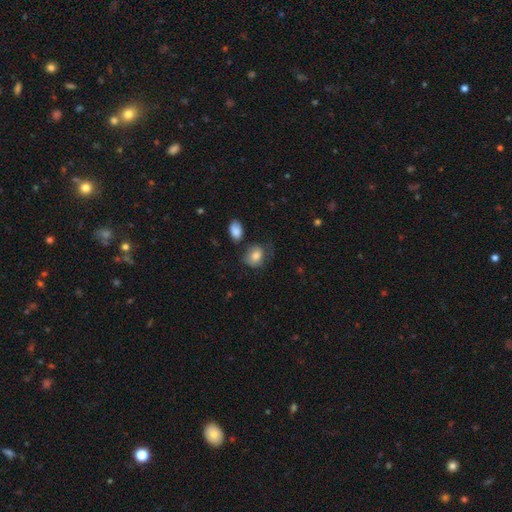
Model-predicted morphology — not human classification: Overall: smooth (81%). How rounded: in between (51%; round 48%). Merging: none (51%; minor disturbance 28%).